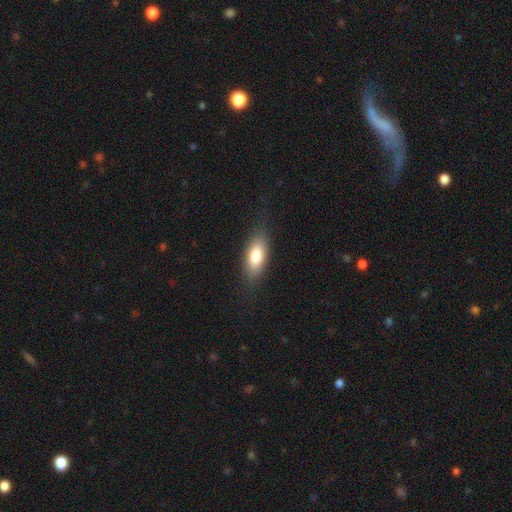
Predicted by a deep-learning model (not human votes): Morphology: type=smooth (79%); roundness=in between (81%); merging=none (81%).